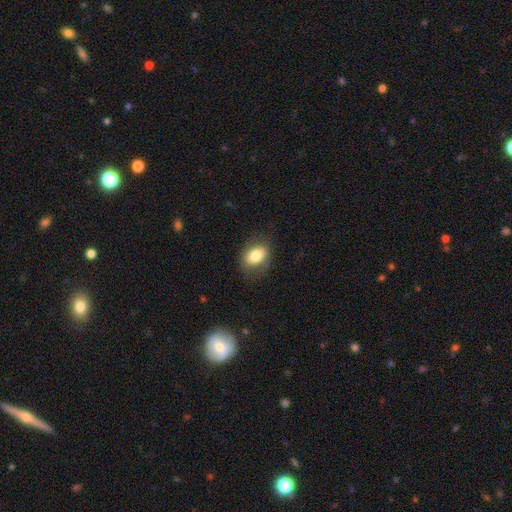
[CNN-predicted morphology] Overall: smooth (72%). How rounded: in between (79%). Merging: none (70%).